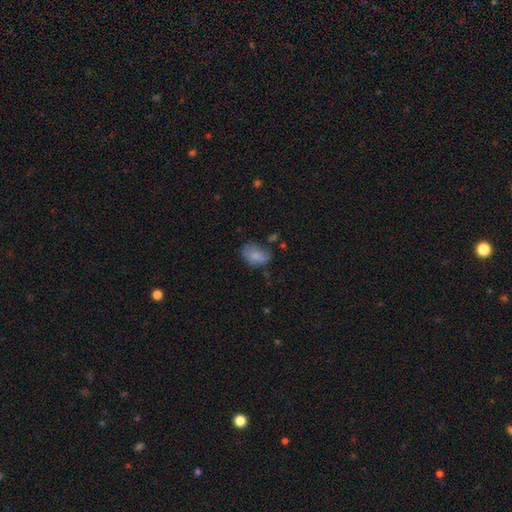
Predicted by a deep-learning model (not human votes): Overall: smooth (74%). How rounded: in between (83%). Merging: none (52%; minor disturbance 30%).